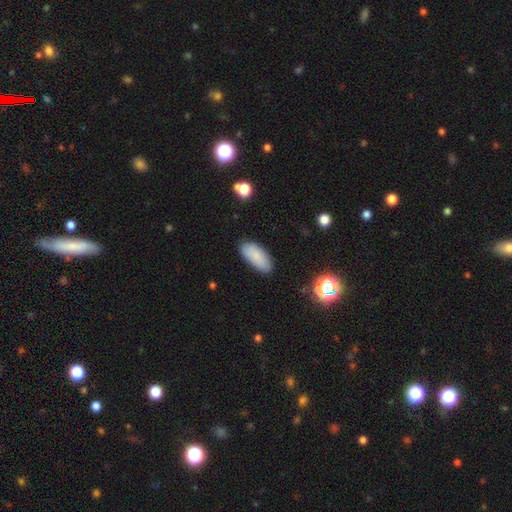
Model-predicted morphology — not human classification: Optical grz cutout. It shows a smooth galaxy with no disk features (84%) that is in between round and cigar-shaped (87%). Merging: none (83%).